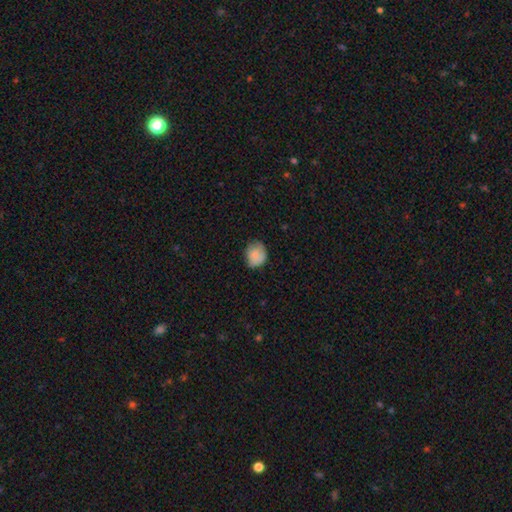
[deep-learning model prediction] Morphology: type=smooth (81%); roundness=round (64%); merging=none (68%).